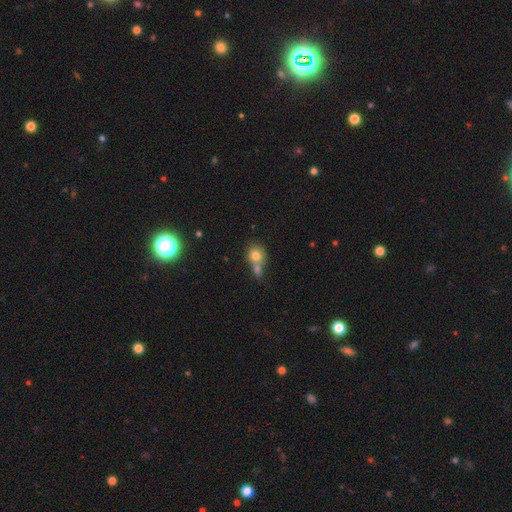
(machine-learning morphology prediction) A smooth galaxy with no disk features (76%) that is round (72%).

Vote fractions:
- Smooth or featured? smooth: 76% / featured or disk: 13% / star or artifact: 10%
- How rounded? round: 72% / in between: 27% / cigar-shaped: 1%
- Merging? merger: 55% / none: 32% / minor disturbance: 9% / major disturbance: 4%